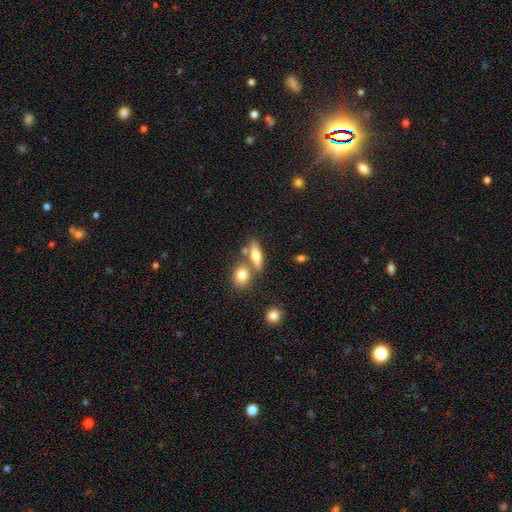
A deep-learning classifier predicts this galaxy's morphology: The model was most divided on "how rounded": in between: 51%, cigar-shaped: 41%, round: 9%. More confident: smooth or featured — smooth (61%); merging — none (59%).